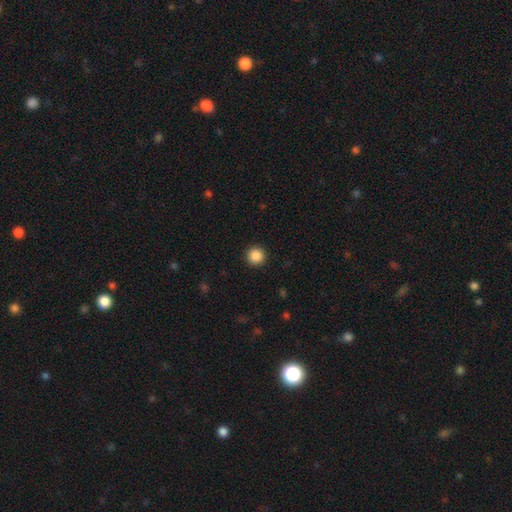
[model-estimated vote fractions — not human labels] smooth 87%, star or artifact 10%, featured or disk 3%. Down the decision tree: how rounded — round (96%); merging — none (93%).